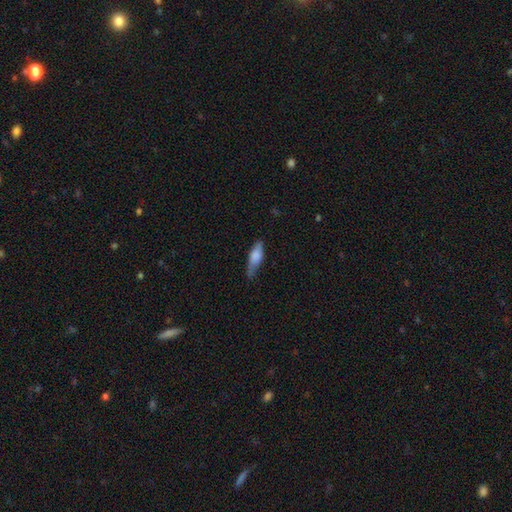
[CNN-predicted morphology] type=smooth (68%); roundness=in between (57%); merging=none (64%).